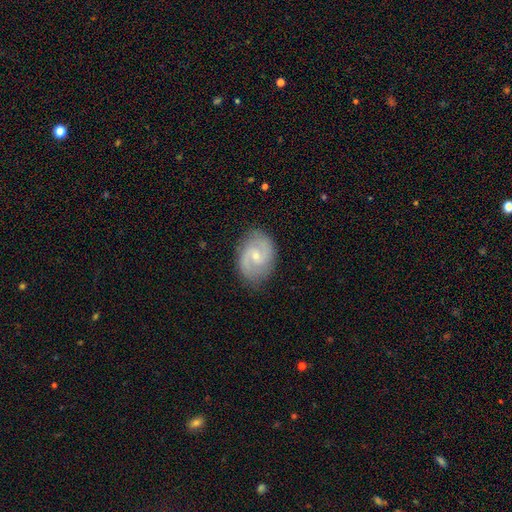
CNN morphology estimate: A featured or disk galaxy (83%) with a weak bar (49%), 2 (90%) medium (54%) spiral arms (96%) and a small central bulge (63%). Merging: none (84%).